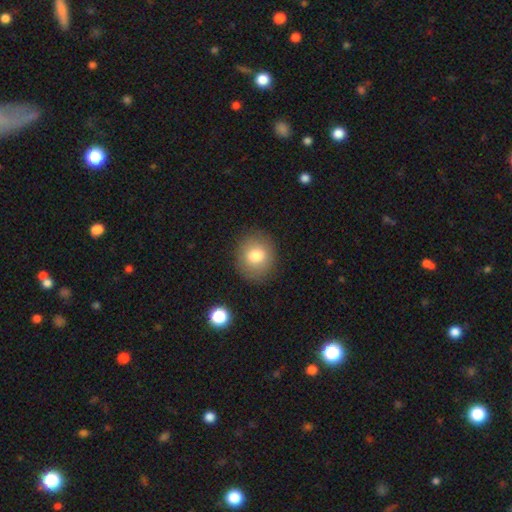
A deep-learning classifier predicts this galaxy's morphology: Smooth or featured: smooth — 79% (featured or disk — 11%)
How rounded: round — 74% (in between — 25%)
Merging: none — 87% (minor disturbance — 9%)